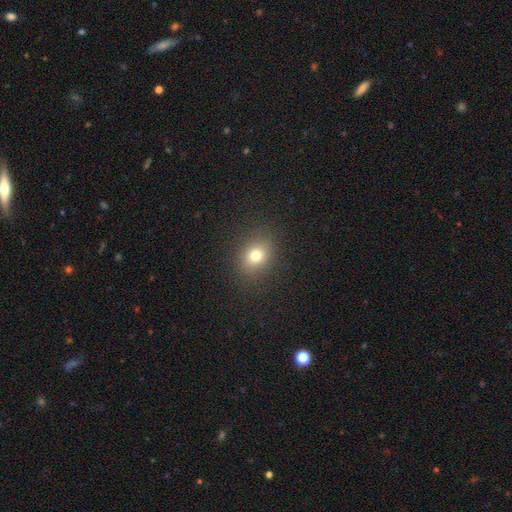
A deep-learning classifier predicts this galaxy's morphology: Smooth or featured: smooth — 76% (star or artifact — 15%)
How rounded: round — 52% (in between — 47%)
Merging: none — 87% (minor disturbance — 8%)